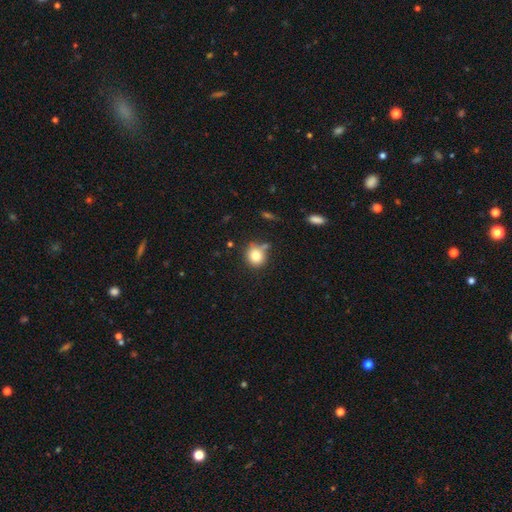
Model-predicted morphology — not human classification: Smooth or featured: smooth — 80% (star or artifact — 11%)
How rounded: round — 84% (in between — 15%)
Merging: none — 71% (minor disturbance — 15%)